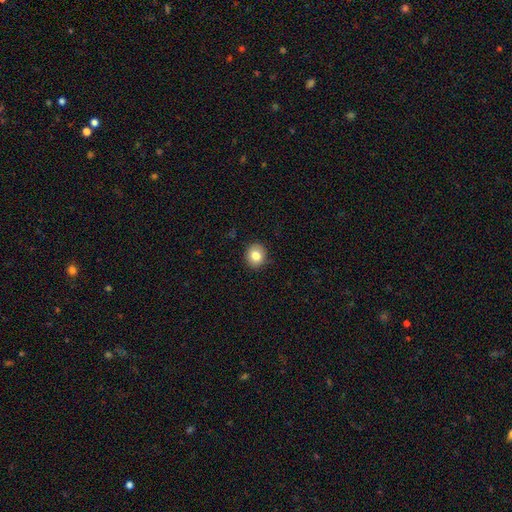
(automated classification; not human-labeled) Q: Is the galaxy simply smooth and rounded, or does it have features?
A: smooth — 81%.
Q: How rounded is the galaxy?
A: round — 82%.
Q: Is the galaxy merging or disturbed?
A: none — 90%.